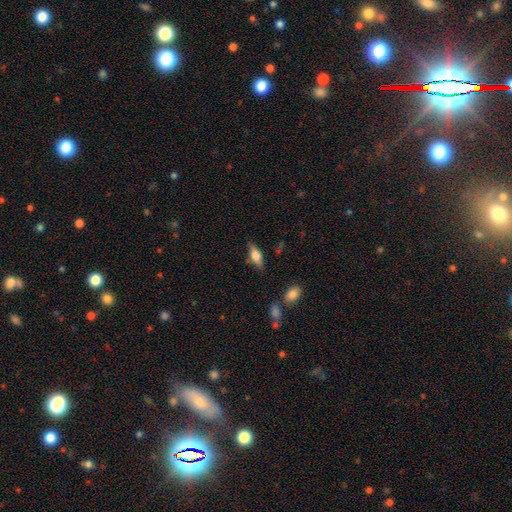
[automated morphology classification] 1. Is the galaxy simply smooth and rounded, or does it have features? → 57% smooth, 35% featured or disk, 8% star or artifact.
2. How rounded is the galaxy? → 68% in between, 28% cigar-shaped, 4% round.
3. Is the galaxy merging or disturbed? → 79% none, 15% minor disturbance, 4% major disturbance, 3% merger.